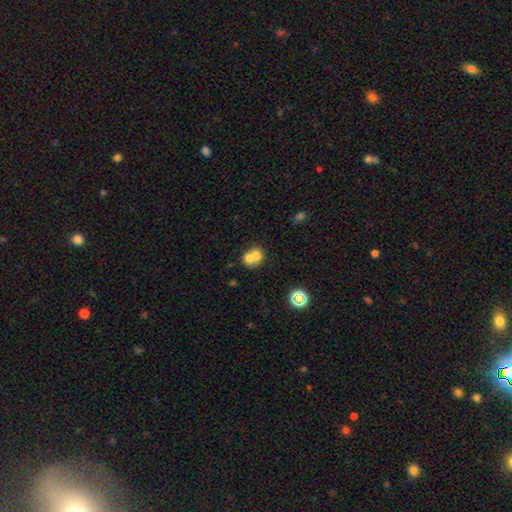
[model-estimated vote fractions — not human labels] Smooth or featured: smooth — 68% (featured or disk — 21%)
How rounded: round — 70% (in between — 29%)
Merging: merger — 68% (none — 24%)